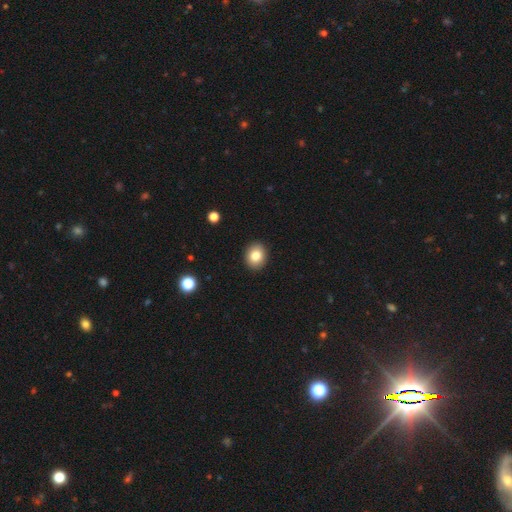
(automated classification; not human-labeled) This is clearly a smooth galaxy (82%). How rounded: likely round (62%). Merging: clearly none (92%).